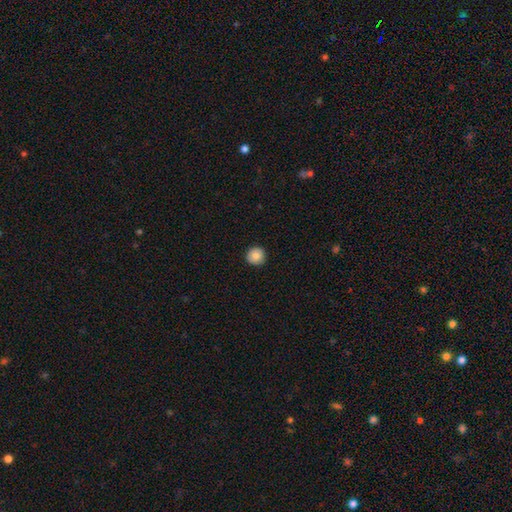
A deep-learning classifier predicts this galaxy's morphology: smooth_or_featured: smooth (p=0.81) [alt: featured or disk p=0.11]
how_rounded: round (p=0.94) [alt: in between p=0.05]
merging: none (p=0.91) [alt: minor disturbance p=0.06]